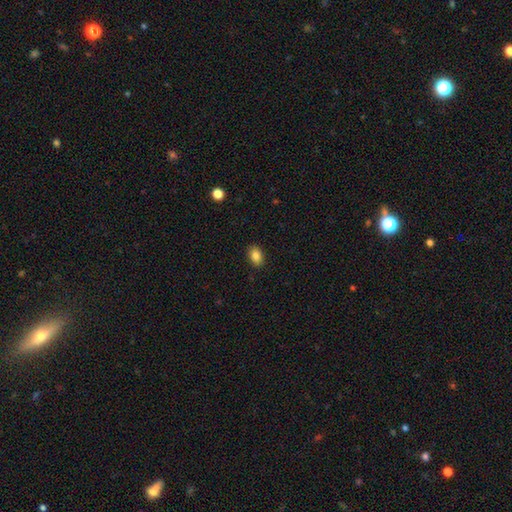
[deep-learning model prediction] smooth-or-featured: smooth: 85% | star or artifact: 9% | featured or disk: 6%
  how-rounded: in between: 83% | round: 16% | cigar-shaped: 1%
  merging: none: 89% | minor disturbance: 8% | major disturbance: 2% | merger: 1%